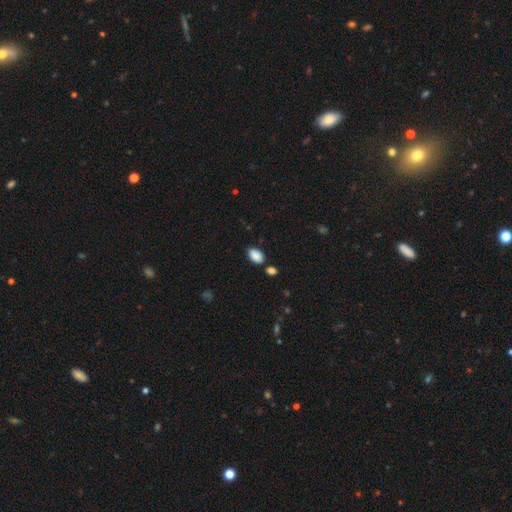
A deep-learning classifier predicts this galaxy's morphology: Smooth or featured: smooth — 88% (star or artifact — 8%)
How rounded: in between — 92% (round — 7%)
Merging: none — 76% (minor disturbance — 13%)